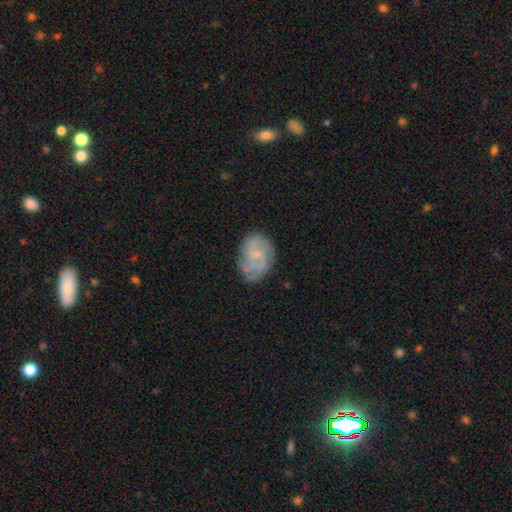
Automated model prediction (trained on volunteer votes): Smooth or featured: featured or disk — 60% (smooth — 31%)
Edge-on disk: no — 97% (yes — 3%)
Bar: no — 68% (weak — 28%)
Spiral arms: yes — 83% (no — 17%)
Bulge size: small — 68% (moderate — 16%)
Merging: none — 68% (minor disturbance — 23%)